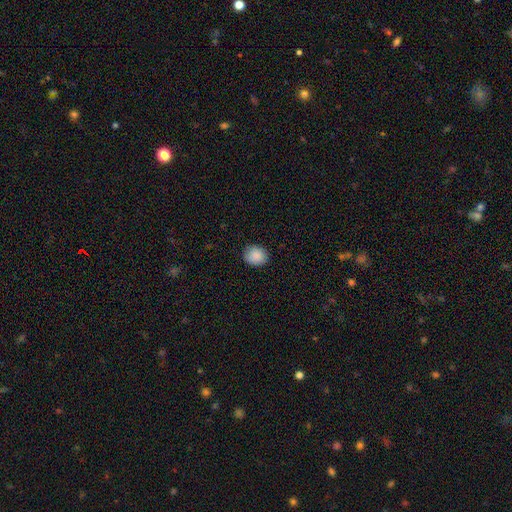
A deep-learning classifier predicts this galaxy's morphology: This appears to be a smooth galaxy with no disk features (89%) that is round (65%). Merging: none (86%).